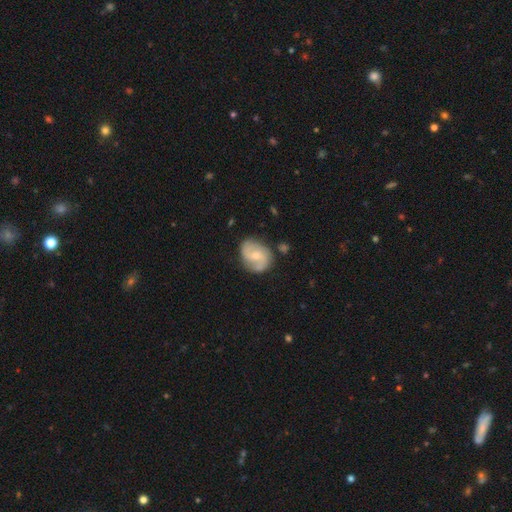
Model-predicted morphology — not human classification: This is likely a featured or disk galaxy (71%). It is clearly not viewed edge-on (98%). Bar: possibly no (51%). Spiral arm pattern: clearly yes (92%). Spiral arm count: likely 2 (79%). Spiral winding: possibly medium (48%). Central bulge: possibly small (53%). Merging: likely none (73%).